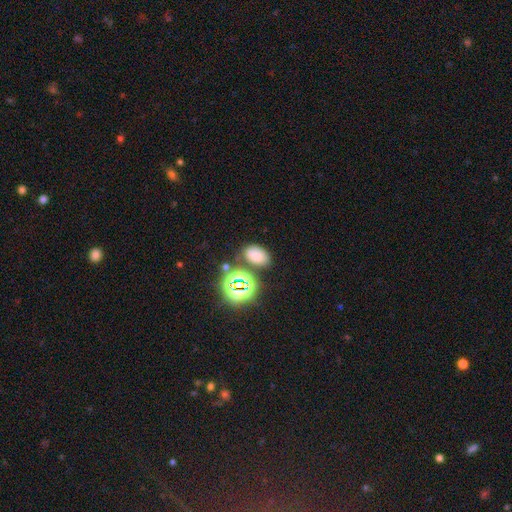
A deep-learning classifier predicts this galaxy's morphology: smooth-or-featured: smooth: 65% | star or artifact: 27% | featured or disk: 8%
  how-rounded: in between: 79% | round: 19% | cigar-shaped: 2%
  merging: none: 70% | minor disturbance: 14% | merger: 10% | major disturbance: 5%